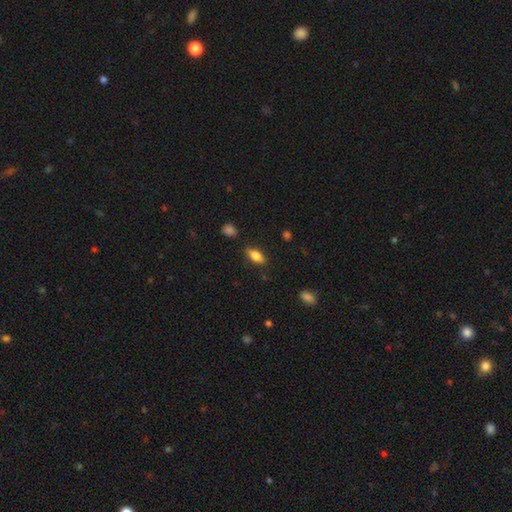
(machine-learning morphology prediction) type=smooth (76%); roundness=in between (82%); merging=none (82%).